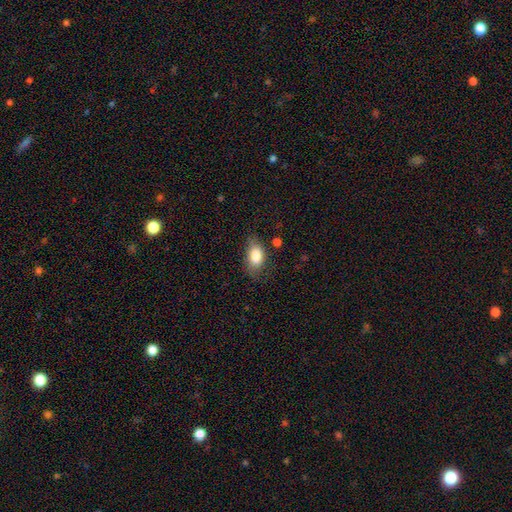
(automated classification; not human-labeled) smooth_or_featured: smooth (p=0.82) [alt: featured or disk p=0.10]
how_rounded: in between (p=0.88) [alt: round p=0.10]
merging: none (p=0.68) [alt: minor disturbance p=0.23]